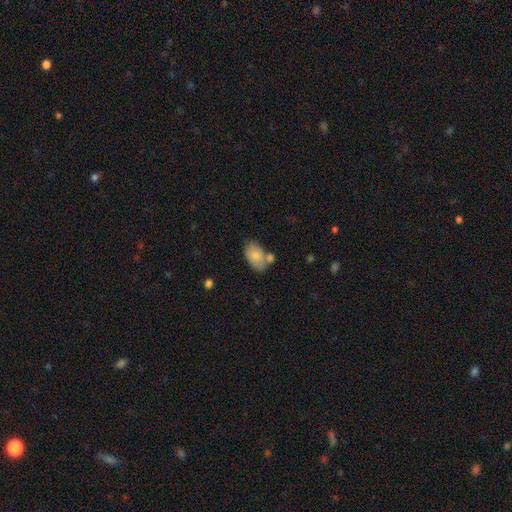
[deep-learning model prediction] Smooth or featured?
  - smooth: 81% *
  - featured or disk: 12%
  - star or artifact: 6%
How rounded?
  - in between: 92% *
  - round: 7%
  - cigar-shaped: 1%
Merging?
  - none: 59% *
  - merger: 19%
  - minor disturbance: 18%
  - major disturbance: 5%